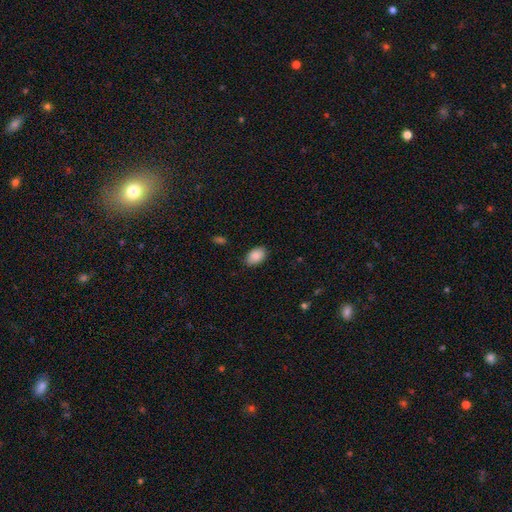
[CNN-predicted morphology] smooth_or_featured: smooth (p=0.89) [alt: star or artifact p=0.07]
how_rounded: in between (p=0.89) [alt: round p=0.10]
merging: none (p=0.85) [alt: minor disturbance p=0.11]